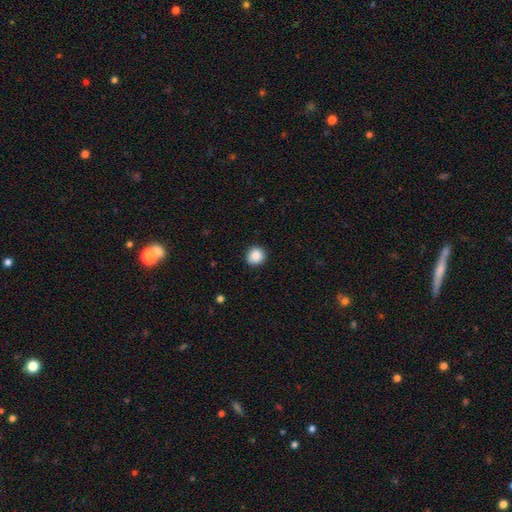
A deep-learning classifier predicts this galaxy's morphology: smooth-or-featured: smooth: 88% | star or artifact: 9% | featured or disk: 3%
  how-rounded: round: 92% | in between: 8% | cigar-shaped: 1%
  merging: none: 90% | minor disturbance: 7% | major disturbance: 2% | merger: 1%